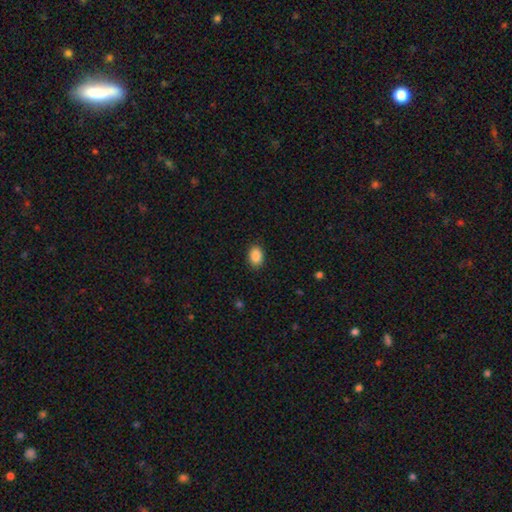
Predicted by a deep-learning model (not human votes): A smooth galaxy with no disk features (89%) that is in between round and cigar-shaped (78%). Merging: none (88%).